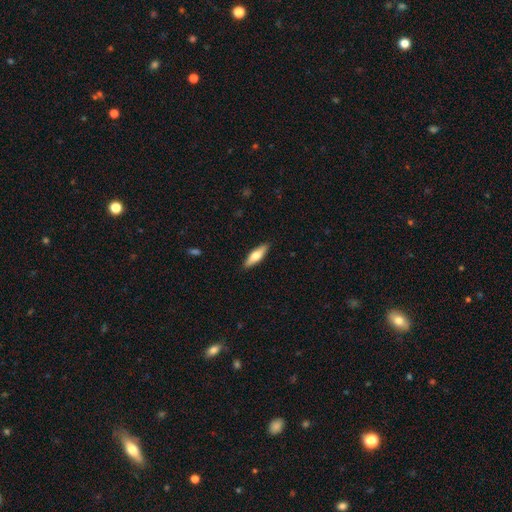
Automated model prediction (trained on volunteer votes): Morphology: type=smooth (64%); roundness=cigar-shaped (53%); merging=none (89%).